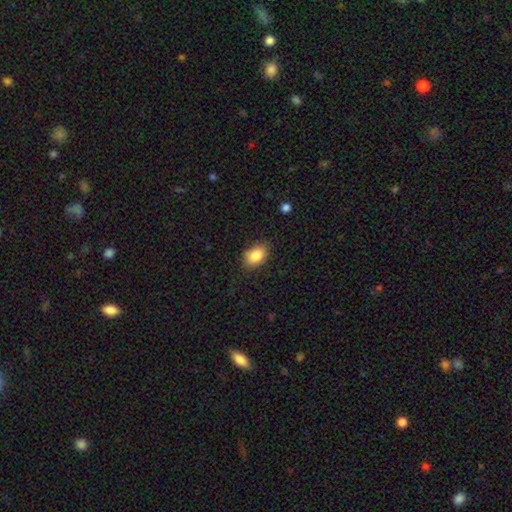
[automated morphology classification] This appears to be a smooth galaxy with no disk features (85%) that is in between round and cigar-shaped (84%). Merging: none (79%).